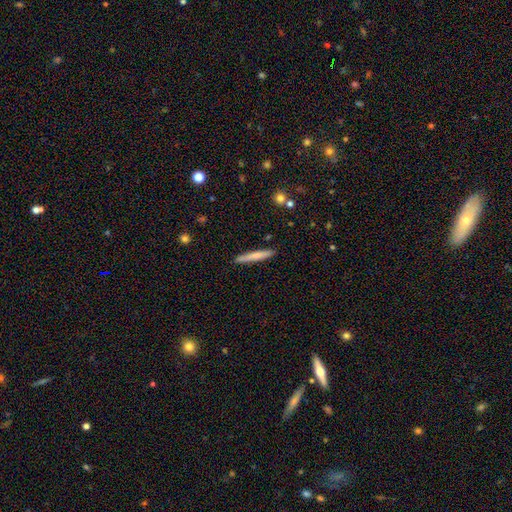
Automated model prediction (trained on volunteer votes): Smooth or featured? Predicted: smooth (p=0.68). How rounded? Predicted: cigar-shaped (p=0.95). Merging? Predicted: none (p=0.90).